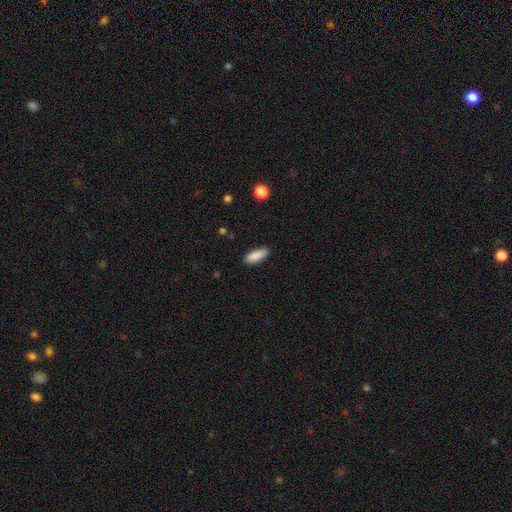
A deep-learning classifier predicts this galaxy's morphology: Smooth or featured: smooth — 89% (star or artifact — 7%)
How rounded: in between — 74% (cigar-shaped — 24%)
Merging: none — 87% (minor disturbance — 10%)